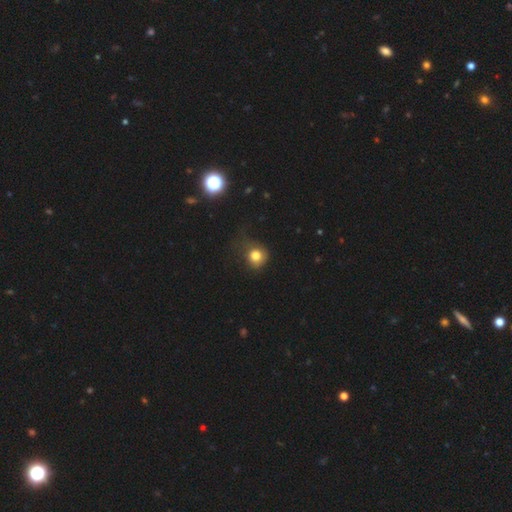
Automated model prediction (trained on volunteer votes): A smooth galaxy with no disk features (77%) that is round (80%). Merging: none (50%).